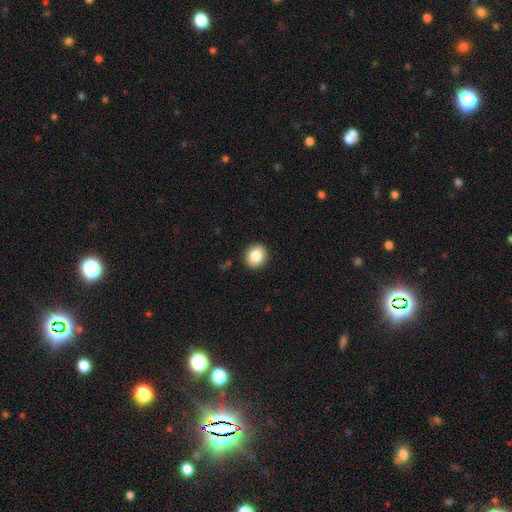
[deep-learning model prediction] Smooth or featured: smooth — 85% (star or artifact — 9%)
How rounded: round — 74% (in between — 25%)
Merging: none — 91% (minor disturbance — 6%)